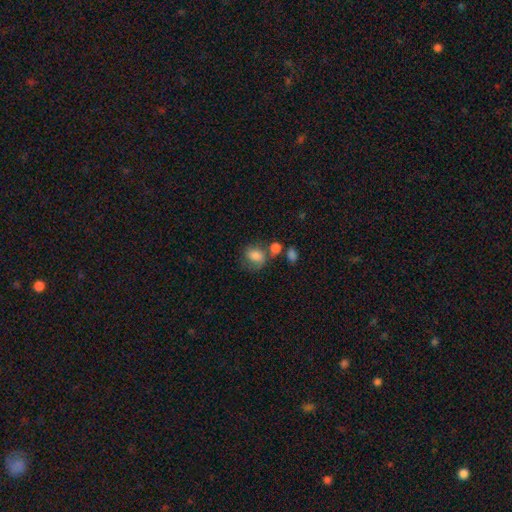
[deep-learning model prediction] Smooth or featured? Predicted: smooth (p=0.75). How rounded? Predicted: in between (p=0.53). Merging? Predicted: none (p=0.43).